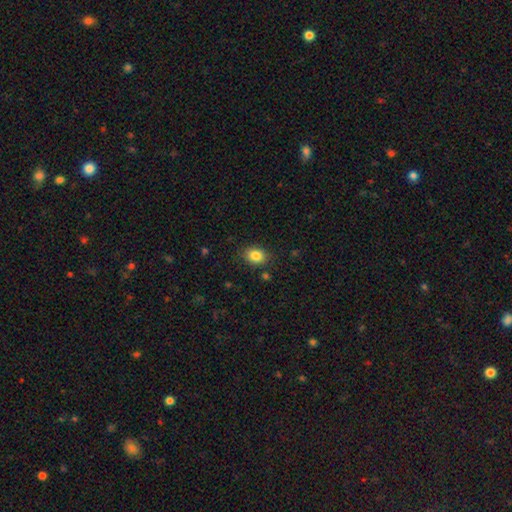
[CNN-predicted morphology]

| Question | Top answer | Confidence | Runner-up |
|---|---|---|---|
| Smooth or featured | smooth | 85% | star or artifact (9%) |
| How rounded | in between | 67% | round (32%) |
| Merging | none | 84% | minor disturbance (11%) |